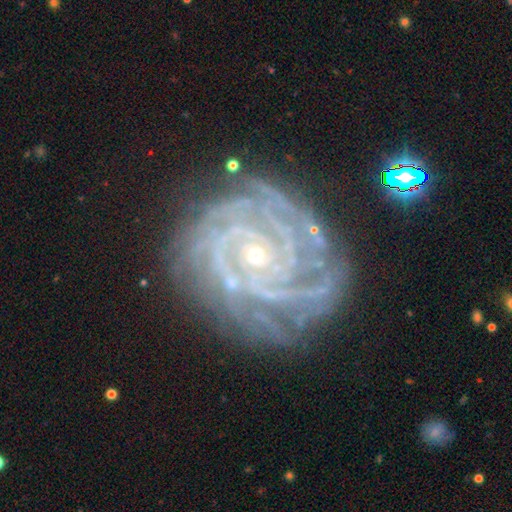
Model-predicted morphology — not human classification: This is clearly a featured or disk galaxy (90%). It is clearly not viewed edge-on (98%). Bar: likely no (72%). Spiral arm pattern: clearly yes (98%). Spiral arm count: marginally 4 (25%). Spiral winding: clearly tight (83%). Central bulge: clearly small (85%). Merging: likely none (75%).